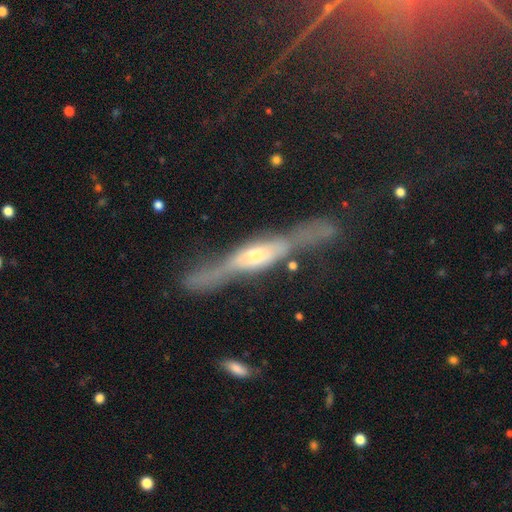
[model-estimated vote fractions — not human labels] Smooth or featured: featured or disk — 73% (smooth — 20%)
Edge-on disk: yes — 81% (no — 19%)
Edge-on bulge: rounded — 67% (boxy — 25%)
Merging: none — 50% (major disturbance — 23%)